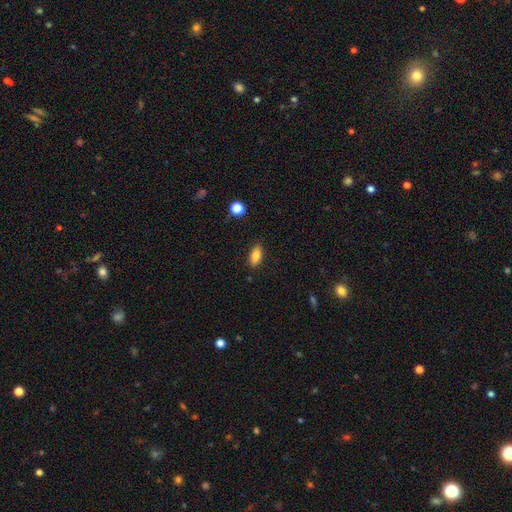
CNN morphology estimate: The model was most divided on "smooth or featured": smooth: 82%, featured or disk: 10%, star or artifact: 8%. More confident: merging — none (86%); how rounded — in between (85%).